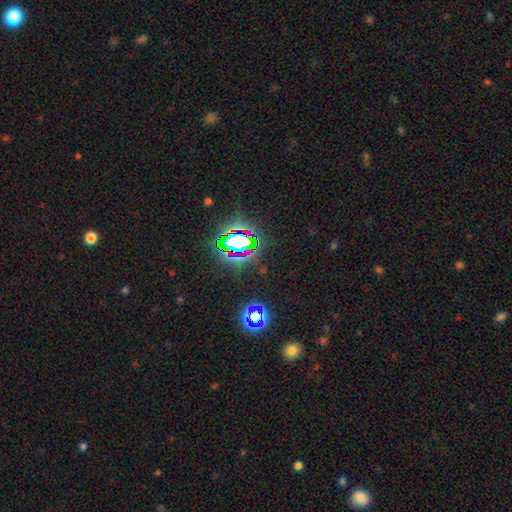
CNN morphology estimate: Smooth or featured? star or artifact (81%)